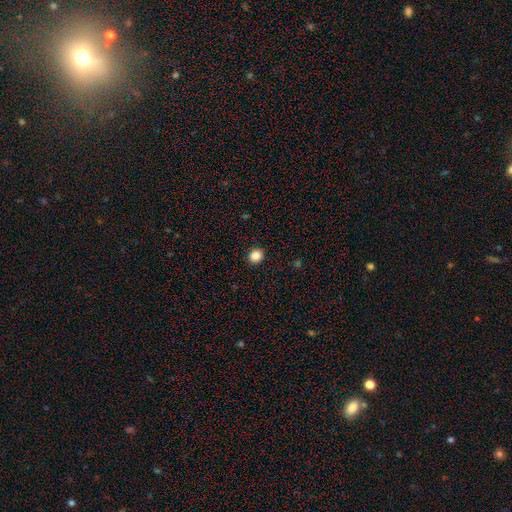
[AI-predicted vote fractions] This is clearly a smooth galaxy (86%). How rounded: likely round (76%). Merging: clearly none (91%).